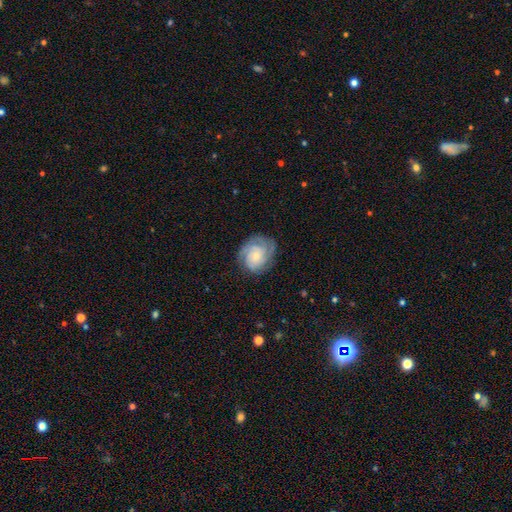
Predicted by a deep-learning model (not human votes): smooth_or_featured: featured or disk (p=0.74) [alt: smooth p=0.19]
disk_edge_on: no (p=0.98) [alt: yes p=0.02]
bar: no (p=0.76) [alt: weak p=0.21]
has_spiral_arms: yes (p=0.95) [alt: no p=0.05]
spiral_winding: tight (p=0.65) [alt: medium p=0.29]
spiral_arm_count: 3 (p=0.30) [alt: can't tell p=0.27]
bulge_size: small (p=0.68) [alt: moderate p=0.24]
merging: none (p=0.74) [alt: minor disturbance p=0.18]